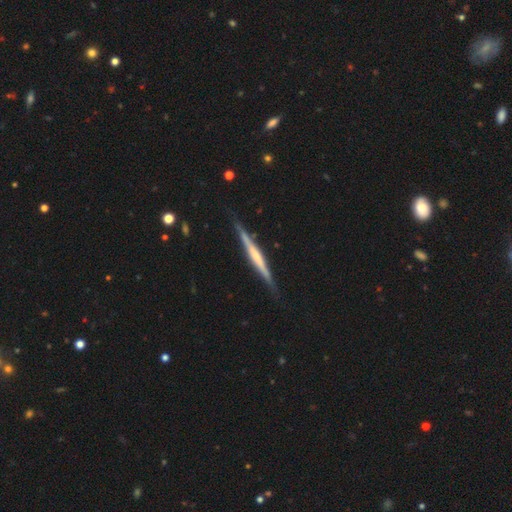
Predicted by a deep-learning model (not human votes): This appears to be a featured or disk galaxy (73%) viewed edge-on (98%) with no central bulge (43%). Merging: none (86%).